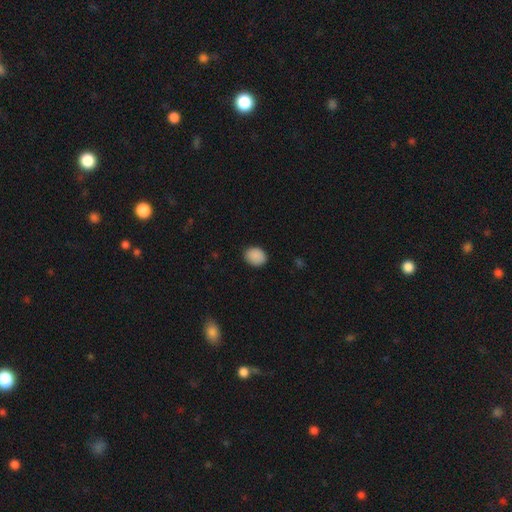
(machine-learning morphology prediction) Smooth or featured? smooth (89%)
How rounded? in between (52%)
Merging? none (87%)